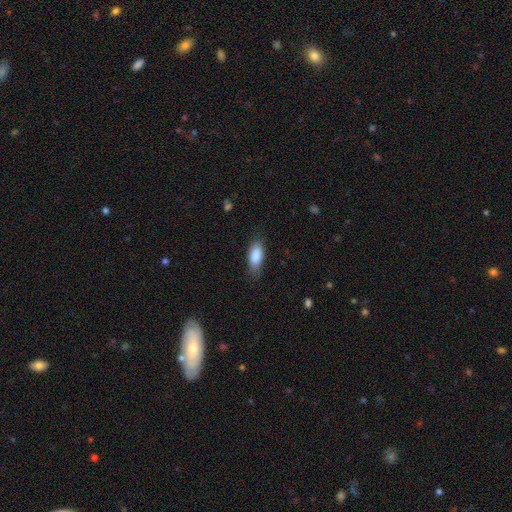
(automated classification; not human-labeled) smooth_or_featured: smooth (p=0.86) [alt: featured or disk p=0.08]
how_rounded: in between (p=0.81) [alt: cigar-shaped p=0.16]
merging: none (p=0.75) [alt: minor disturbance p=0.20]